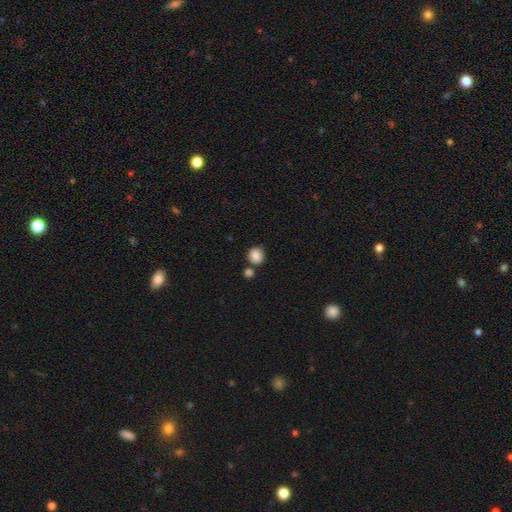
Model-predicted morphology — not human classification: Smooth or featured?
  - smooth: 87% *
  - star or artifact: 9%
  - featured or disk: 4%
How rounded?
  - round: 79% *
  - in between: 20%
  - cigar-shaped: 1%
Merging?
  - none: 69% *
  - merger: 17%
  - minor disturbance: 11%
  - major disturbance: 3%